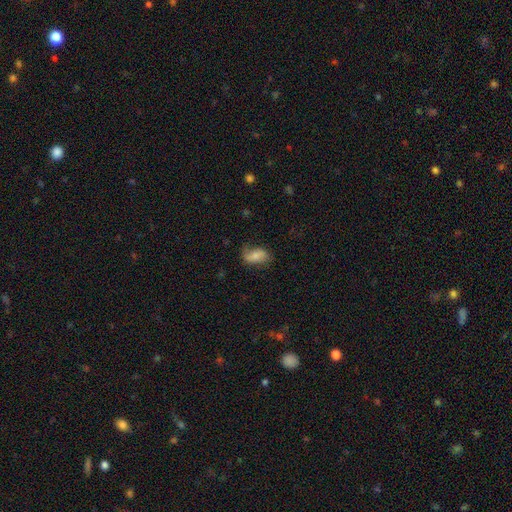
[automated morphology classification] A smooth galaxy with no disk features (59%) that is in between round and cigar-shaped (91%). Merging: none (58%).